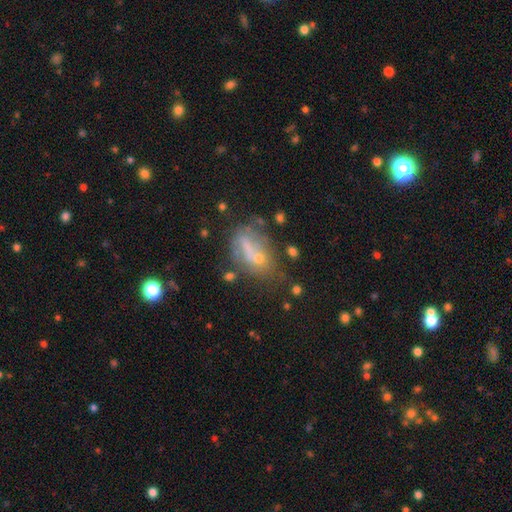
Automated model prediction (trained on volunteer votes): smooth-or-featured: smooth: 44% | featured or disk: 39% | star or artifact: 18%
  merging: none: 37% | major disturbance: 25% | minor disturbance: 23% | merger: 16%